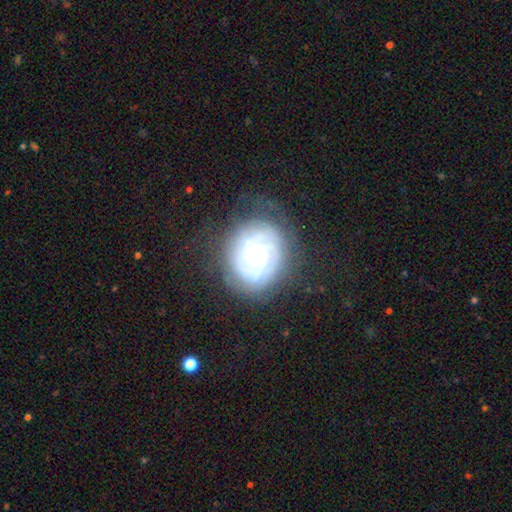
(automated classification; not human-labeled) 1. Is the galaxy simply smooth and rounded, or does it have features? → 75% featured or disk, 17% smooth, 7% star or artifact.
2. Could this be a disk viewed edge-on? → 97% no, 3% yes.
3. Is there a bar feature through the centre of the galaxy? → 79% no, 17% weak, 4% strong.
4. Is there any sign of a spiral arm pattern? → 88% yes, 12% no.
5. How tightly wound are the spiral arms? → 77% tight, 18% medium, 5% loose.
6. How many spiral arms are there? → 45% can't tell, 22% 2, 15% 3, 8% 4, 5% 1, 5% more than 4.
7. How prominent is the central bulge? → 54% moderate, 38% small, 5% large, 1% none, 1% dominant.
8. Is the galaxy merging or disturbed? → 73% none, 17% minor disturbance, 8% major disturbance, 1% merger.